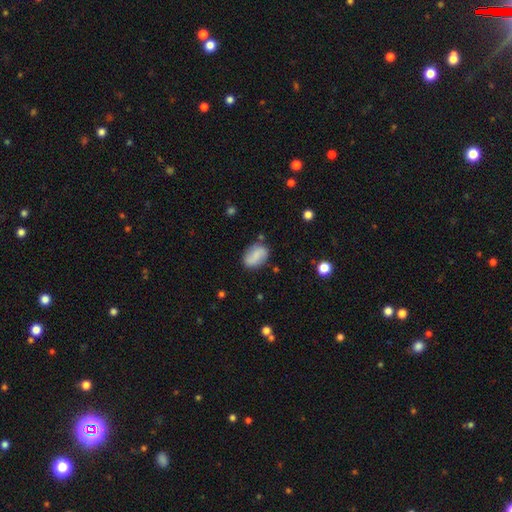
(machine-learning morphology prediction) The model was most divided on "smooth or featured": smooth: 69%, featured or disk: 23%, star or artifact: 8%. More confident: how rounded — in between (84%); merging — none (74%).